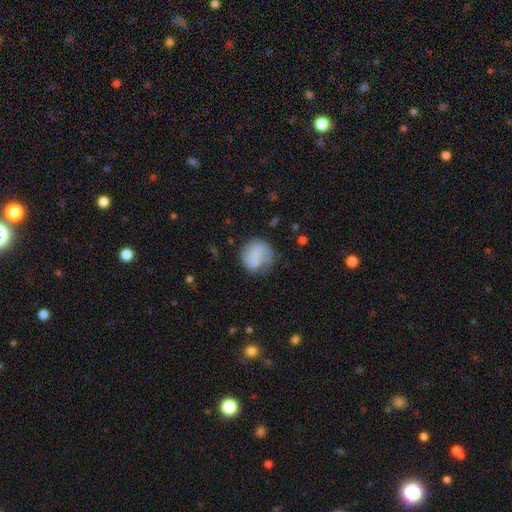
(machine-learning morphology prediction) Overall: smooth (66%; featured or disk 27%). How rounded: round (82%). Merging: none (52%; minor disturbance 27%).